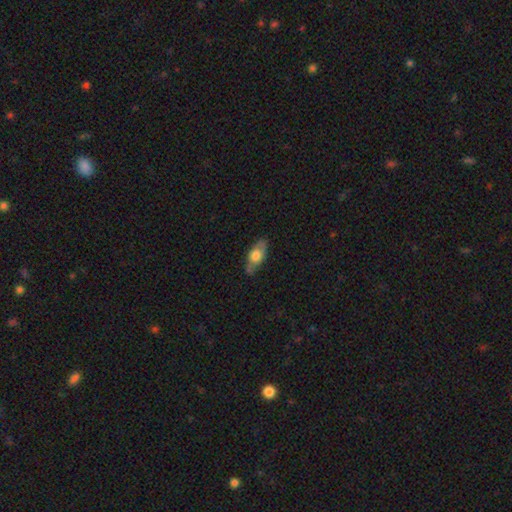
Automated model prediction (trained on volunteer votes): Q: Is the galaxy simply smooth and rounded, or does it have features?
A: smooth — 57%.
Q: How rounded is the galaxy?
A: in between — 80%.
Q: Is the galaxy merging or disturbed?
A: none — 72%.